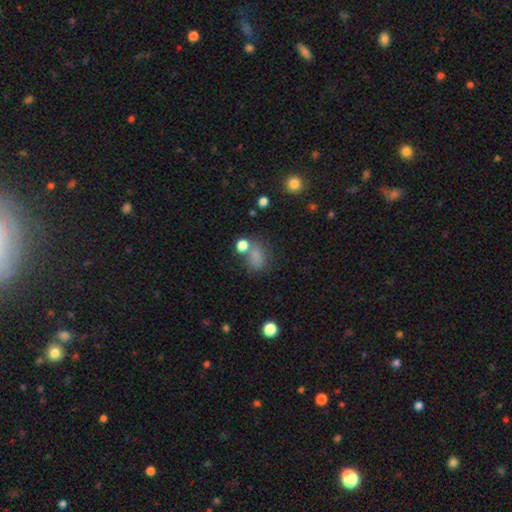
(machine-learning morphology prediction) Smooth or featured? Predicted: smooth (p=0.74). How rounded? Predicted: in between (p=0.61). Merging? Predicted: none (p=0.50).